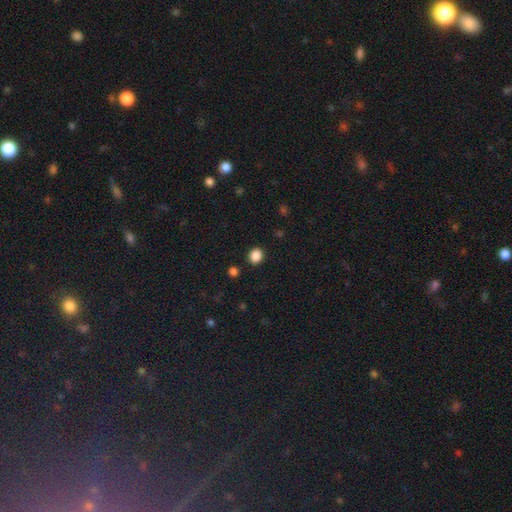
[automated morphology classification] Smooth or featured? smooth (87%)
How rounded? round (66%)
Merging? none (89%)